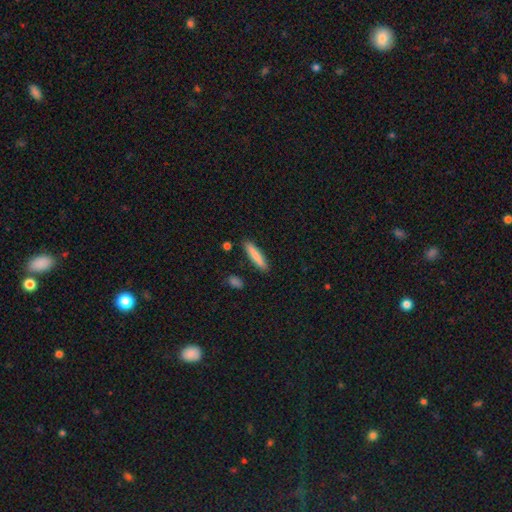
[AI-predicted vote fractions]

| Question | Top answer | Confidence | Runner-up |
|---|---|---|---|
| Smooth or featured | smooth | 83% | featured or disk (11%) |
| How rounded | cigar-shaped | 86% | in between (12%) |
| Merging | none | 88% | minor disturbance (8%) |